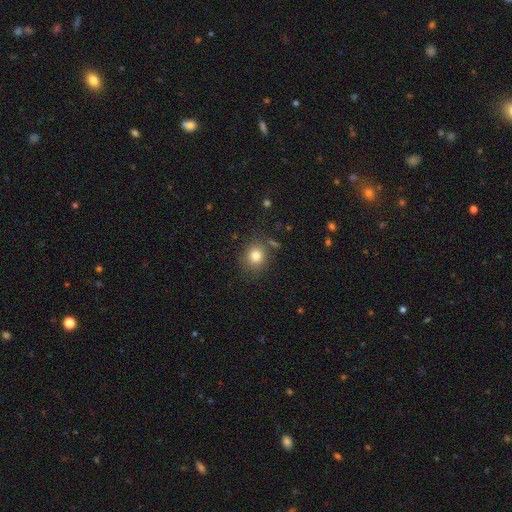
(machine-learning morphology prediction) Overall: smooth (80%). How rounded: round (74%). Merging: none (80%).